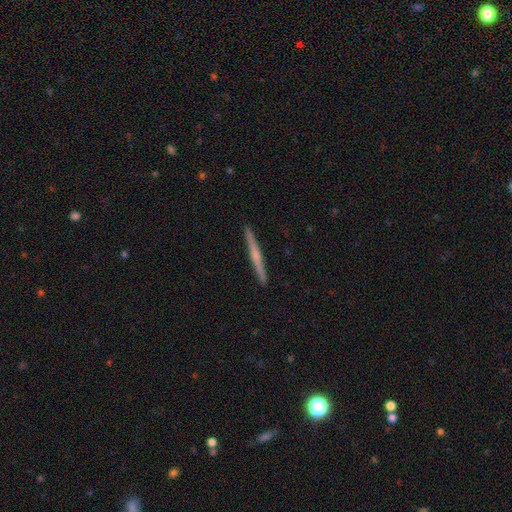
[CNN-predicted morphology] smooth-or-featured: featured or disk: 66% | smooth: 29% | star or artifact: 6%
  disk-edge-on: yes: 98% | no: 2%
    edge-on-bulge: rounded: 49% | none: 42% | boxy: 10%
  merging: none: 93% | minor disturbance: 5% | major disturbance: 1% | merger: 1%